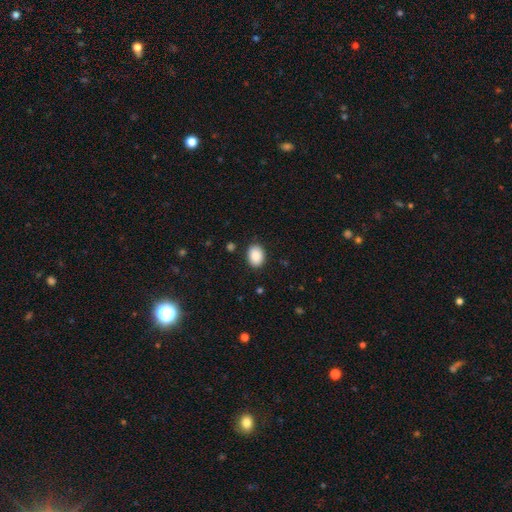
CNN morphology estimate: smooth 90%, star or artifact 7%, featured or disk 3%. Down the decision tree: how rounded — in between (73%); merging — none (87%).